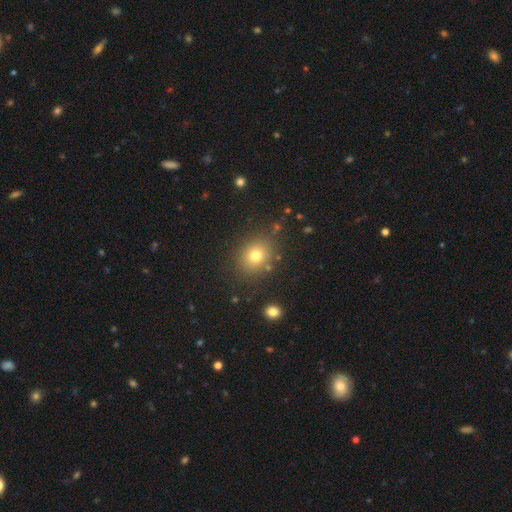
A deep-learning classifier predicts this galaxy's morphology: Q: Smooth or featured?
A: smooth (76%); runner-up: star or artifact (15%)
Q: How rounded?
A: round (61%); runner-up: in between (38%)
Q: Merging?
A: none (83%); runner-up: minor disturbance (10%)